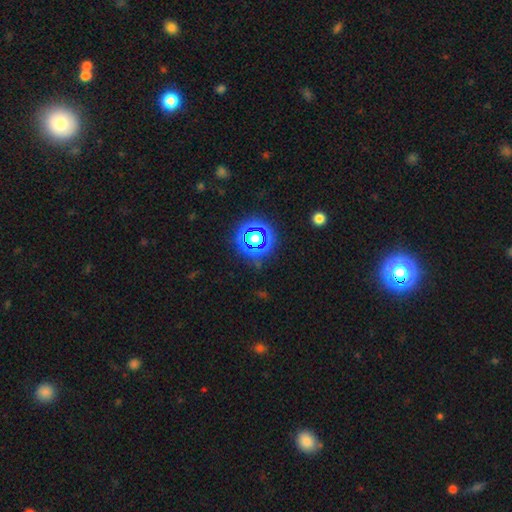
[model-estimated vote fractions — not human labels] This appears to be a star or artifact, not a galaxy (63%).